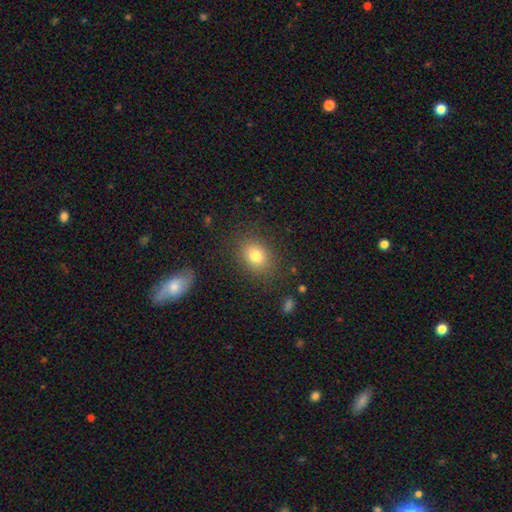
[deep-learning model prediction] This is likely a smooth galaxy (78%). How rounded: possibly in between (50%). Merging: clearly none (84%).